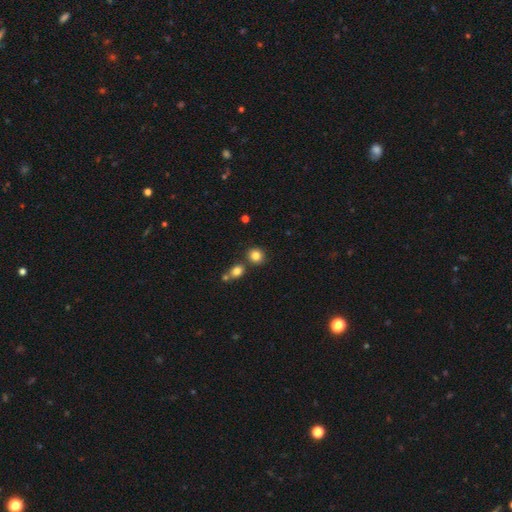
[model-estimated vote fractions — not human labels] Overall: smooth (83%). How rounded: round (84%). Merging: none (75%).